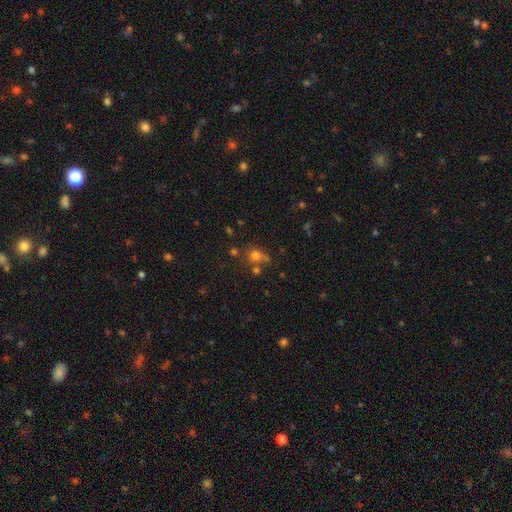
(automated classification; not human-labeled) smooth-or-featured: smooth: 71% | star or artifact: 19% | featured or disk: 10%
  how-rounded: round: 72% | in between: 26% | cigar-shaped: 1%
  merging: none: 57% | merger: 20% | minor disturbance: 15% | major disturbance: 8%